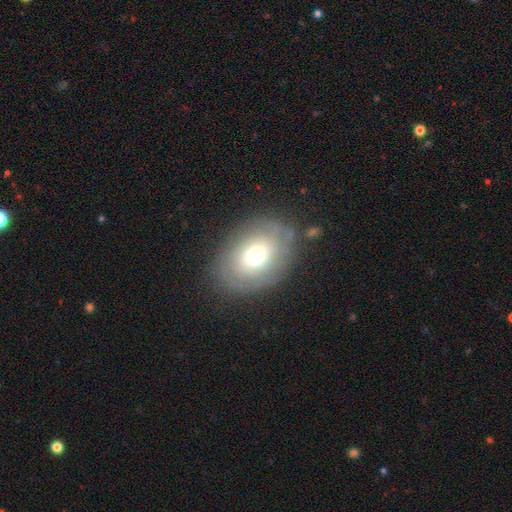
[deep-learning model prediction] Smooth or featured: smooth — 57% (featured or disk — 34%)
How rounded: in between — 74% (round — 25%)
Merging: none — 77% (minor disturbance — 15%)